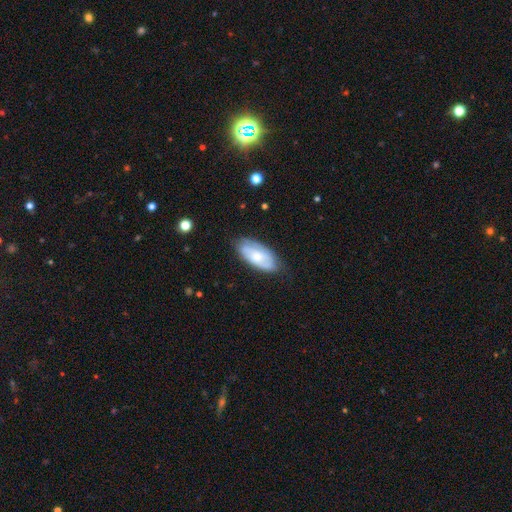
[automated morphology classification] The model was most divided on "smooth or featured": smooth: 47%, featured or disk: 46%, star or artifact: 6%. More confident: merging — none (72%).